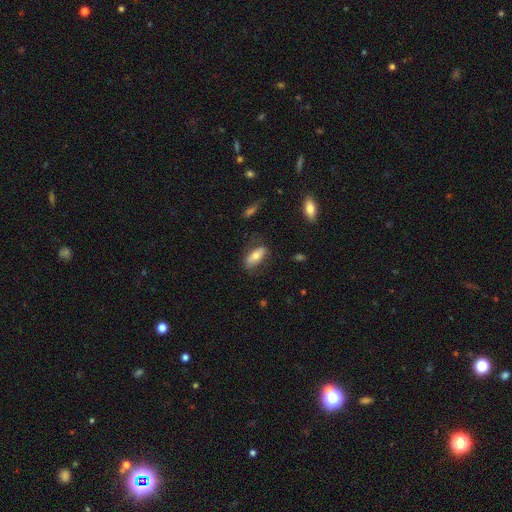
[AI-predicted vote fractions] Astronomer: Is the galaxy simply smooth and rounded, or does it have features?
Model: smooth — 67%.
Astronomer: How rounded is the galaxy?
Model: in between — 77%.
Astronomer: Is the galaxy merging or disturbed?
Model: none — 70%.